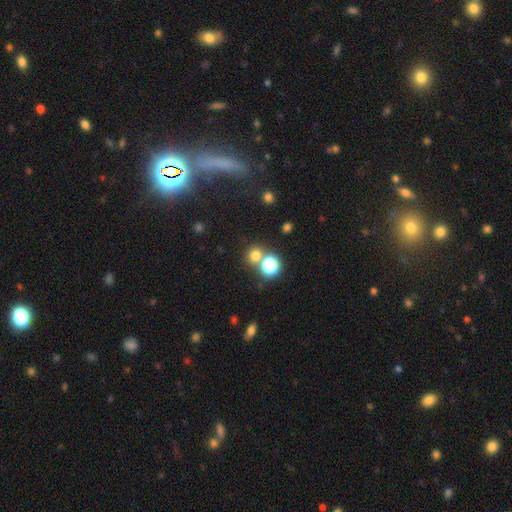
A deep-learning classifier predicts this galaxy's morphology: The model was most divided on "smooth or featured": smooth: 67%, star or artifact: 26%, featured or disk: 7%. More confident: how rounded — round (87%); merging — none (67%).